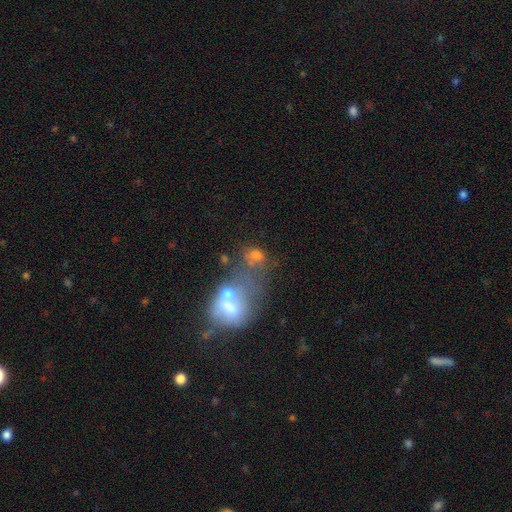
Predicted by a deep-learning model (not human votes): This is possibly a smooth galaxy (56%). How rounded: likely in between (61%). Merging: marginally merger (45%).